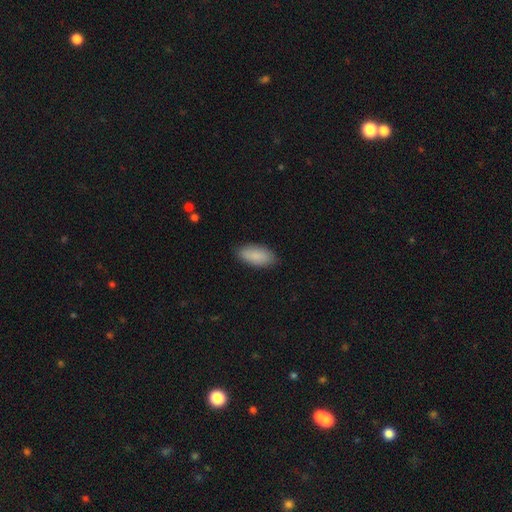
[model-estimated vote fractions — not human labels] Smooth or featured? smooth (89%)
How rounded? in between (91%)
Merging? none (86%)